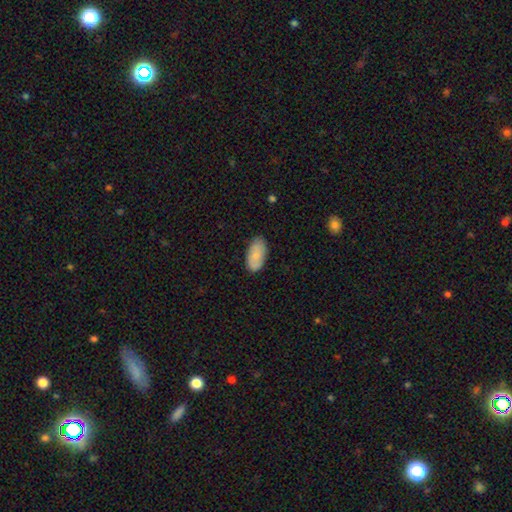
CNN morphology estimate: Smooth or featured? Predicted: smooth (p=0.81). How rounded? Predicted: in between (p=0.94). Merging? Predicted: none (p=0.81).